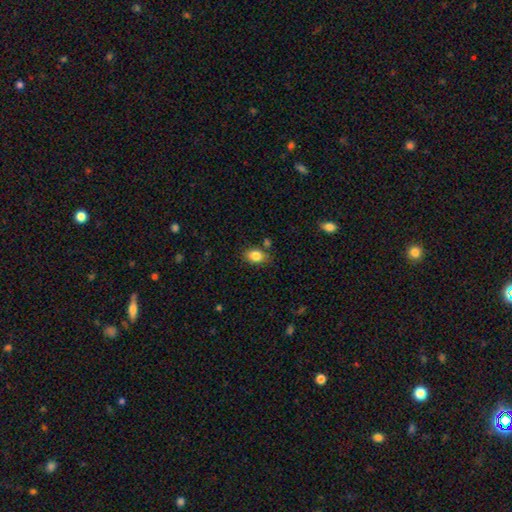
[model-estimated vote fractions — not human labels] Smooth or featured? Predicted: smooth (p=0.83). How rounded? Predicted: in between (p=0.79). Merging? Predicted: none (p=0.75).